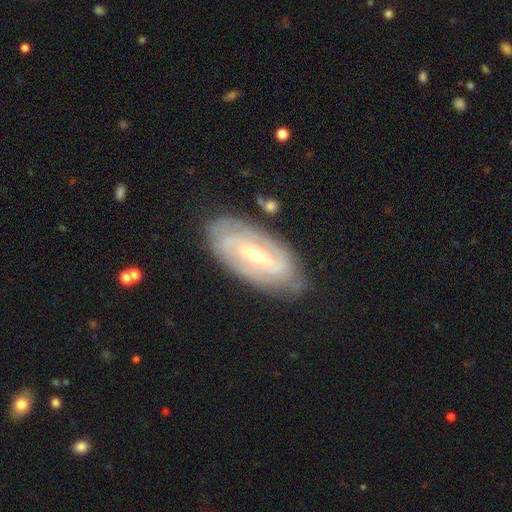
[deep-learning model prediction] Smooth or featured? featured or disk (83%)
Edge-on disk? no (93%)
Bar? weak (42%)
Spiral arms? yes (91%)
Spiral winding? tight (64%)
Spiral arm count? 2 (45%)
Bulge size? small (51%)
Merging? none (78%)